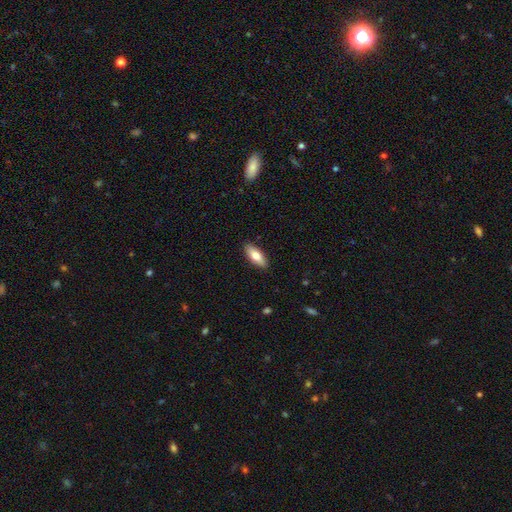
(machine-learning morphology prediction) The model was most divided on "how rounded": in between: 73%, cigar-shaped: 25%, round: 2%. More confident: merging — none (89%); smooth or featured — smooth (76%).